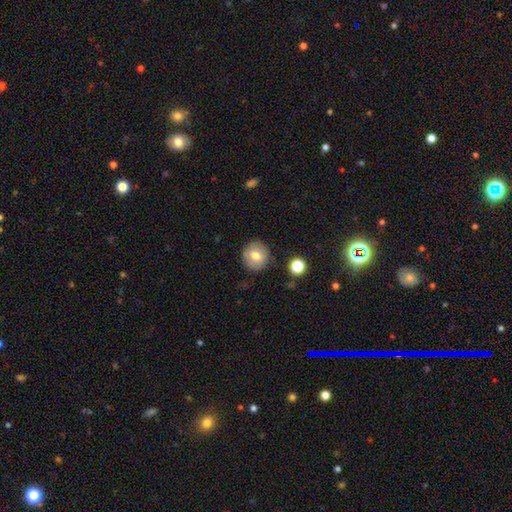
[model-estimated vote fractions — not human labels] Overall: smooth (74%). How rounded: round (89%). Merging: none (86%).